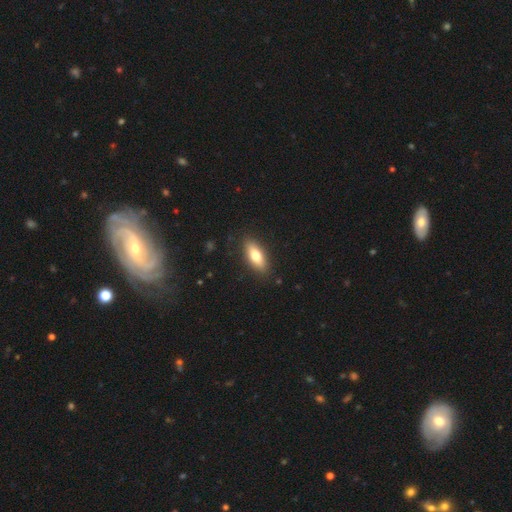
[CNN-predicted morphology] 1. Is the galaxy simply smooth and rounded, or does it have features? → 72% smooth, 22% featured or disk, 6% star or artifact.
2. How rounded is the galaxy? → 72% in between, 26% cigar-shaped, 3% round.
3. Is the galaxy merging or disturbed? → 86% none, 10% minor disturbance, 2% major disturbance, 1% merger.